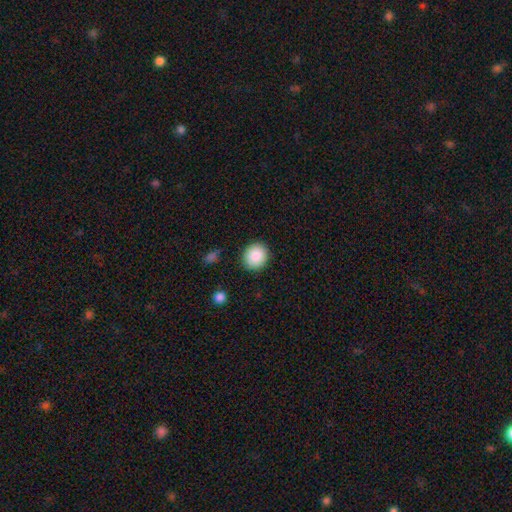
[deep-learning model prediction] Q: Smooth or featured?
A: smooth (87%); runner-up: star or artifact (8%)
Q: How rounded?
A: round (82%); runner-up: in between (17%)
Q: Merging?
A: none (89%); runner-up: minor disturbance (7%)